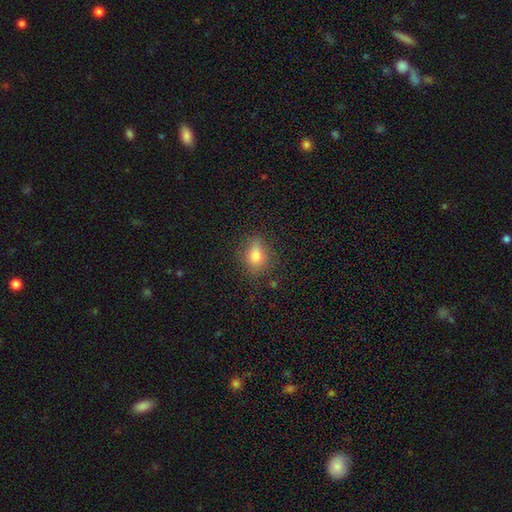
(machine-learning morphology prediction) smooth 79%, star or artifact 11%, featured or disk 9%. Down the decision tree: how rounded — in between (63%); merging — none (75%).